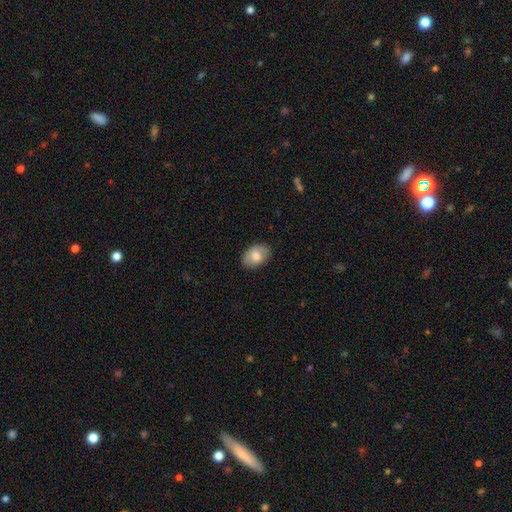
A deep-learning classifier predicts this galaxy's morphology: Overall: smooth (75%). How rounded: in between (86%). Merging: none (85%).